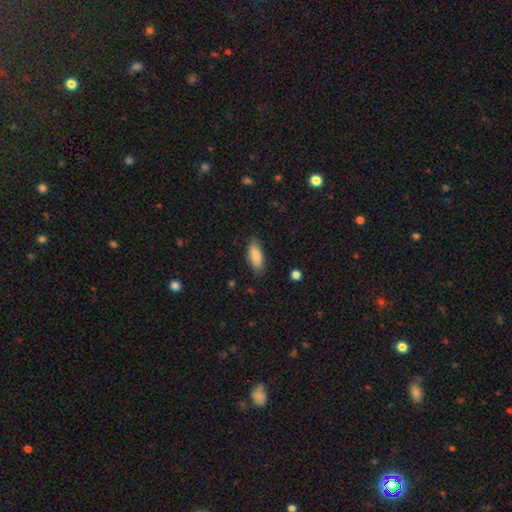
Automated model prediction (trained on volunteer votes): Smooth or featured?
  - smooth: 86% *
  - featured or disk: 8%
  - star or artifact: 6%
How rounded?
  - in between: 82% *
  - cigar-shaped: 16%
  - round: 2%
Merging?
  - none: 81% *
  - minor disturbance: 14%
  - major disturbance: 3%
  - merger: 1%